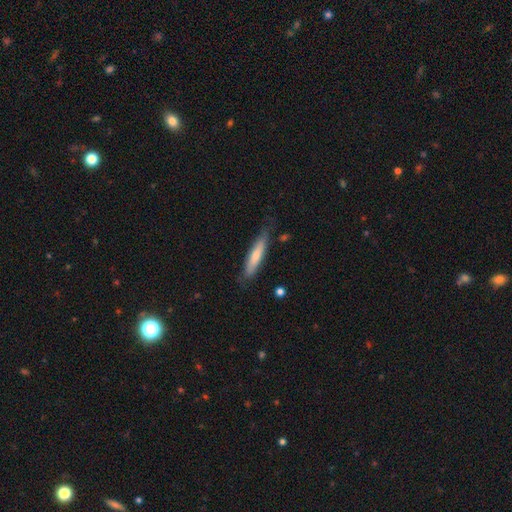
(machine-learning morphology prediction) type=smooth (66%); roundness=cigar-shaped (85%); merging=none (75%).